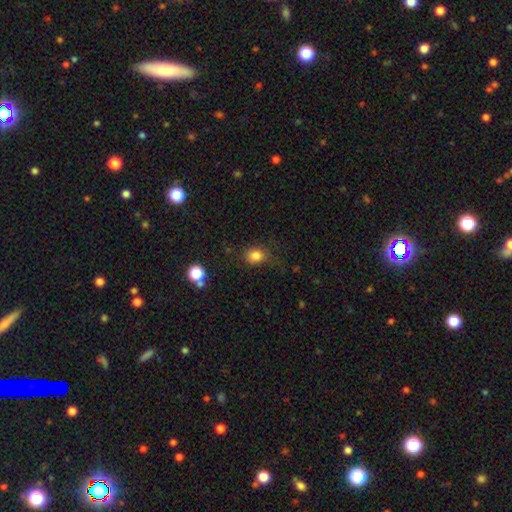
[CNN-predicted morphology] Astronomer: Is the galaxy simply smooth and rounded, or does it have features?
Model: smooth — 82%.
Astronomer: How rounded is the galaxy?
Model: round — 58% (runner-up: in between, 41%).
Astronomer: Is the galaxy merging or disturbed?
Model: none — 70%.